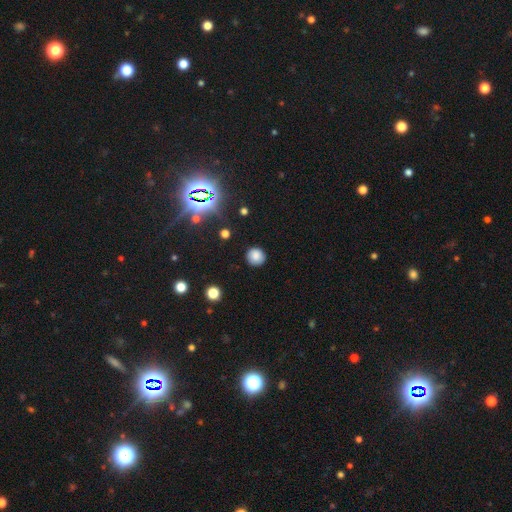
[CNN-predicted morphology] Smooth or featured?
  - smooth: 81% *
  - star or artifact: 13%
  - featured or disk: 6%
How rounded?
  - round: 91% *
  - in between: 8%
  - cigar-shaped: 1%
Merging?
  - none: 88% *
  - minor disturbance: 9%
  - major disturbance: 2%
  - merger: 1%